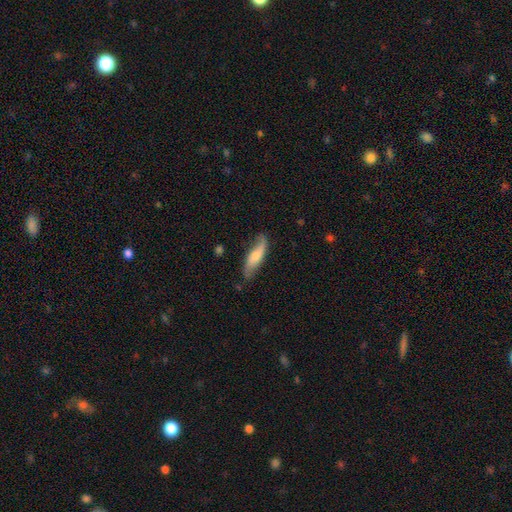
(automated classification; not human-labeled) smooth_or_featured: smooth (p=0.52) [alt: featured or disk p=0.42]
how_rounded: cigar-shaped (p=0.56) [alt: in between p=0.42]
merging: none (p=0.67) [alt: minor disturbance p=0.25]